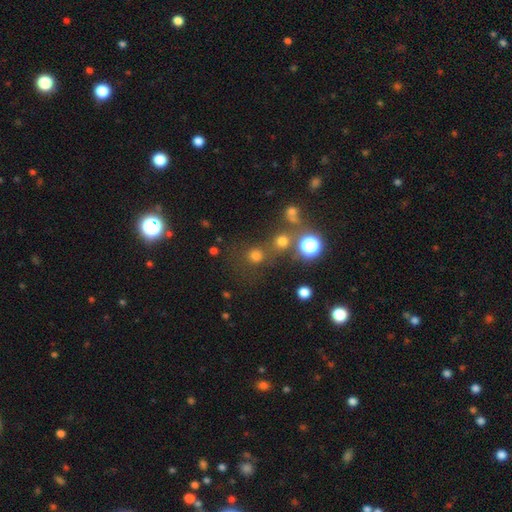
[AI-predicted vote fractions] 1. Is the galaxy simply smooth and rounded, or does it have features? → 64% smooth, 28% star or artifact, 8% featured or disk.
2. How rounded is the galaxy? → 90% round, 9% in between, 1% cigar-shaped.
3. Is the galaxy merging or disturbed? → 65% none, 20% merger, 9% minor disturbance, 6% major disturbance.